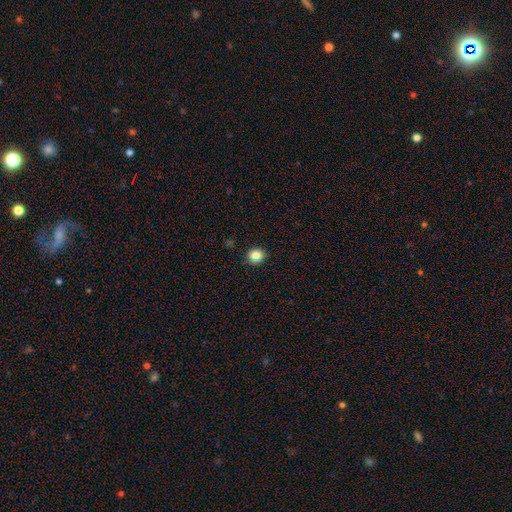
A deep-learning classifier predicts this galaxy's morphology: Smooth or featured? smooth (79%)
How rounded? round (77%)
Merging? none (87%)